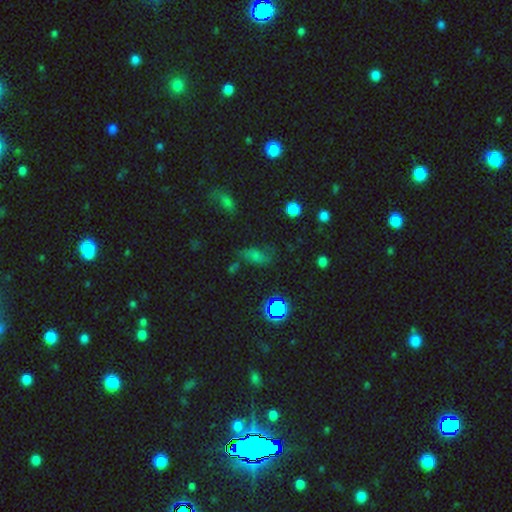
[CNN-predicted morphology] Q: Smooth or featured?
A: smooth (49%); runner-up: star or artifact (33%)
Q: Merging?
A: none (56%); runner-up: minor disturbance (23%)